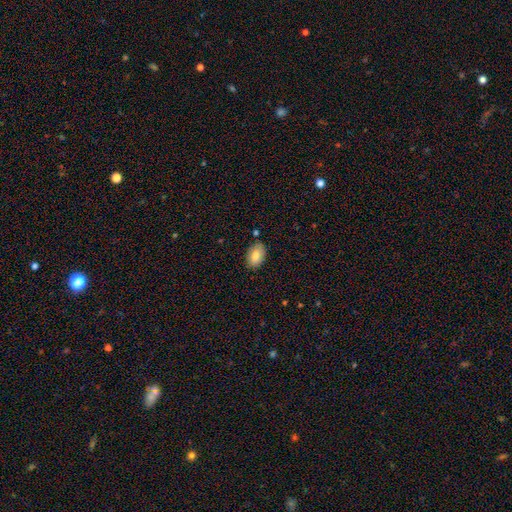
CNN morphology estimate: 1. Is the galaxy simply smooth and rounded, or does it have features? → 81% smooth, 12% featured or disk, 7% star or artifact.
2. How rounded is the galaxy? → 90% in between, 9% round, 1% cigar-shaped.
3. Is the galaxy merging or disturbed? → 83% none, 12% minor disturbance, 2% merger, 2% major disturbance.